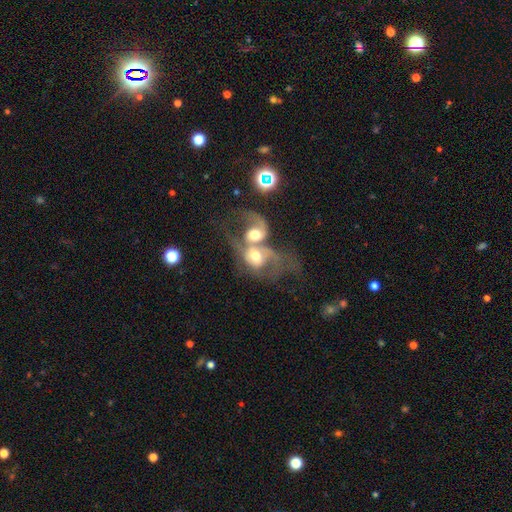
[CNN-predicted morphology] Smooth or featured? featured or disk (60%)
Edge-on disk? no (96%)
Bar? no (68%)
Spiral arms? yes (71%)
Bulge size? moderate (59%)
Merging? merger (83%)